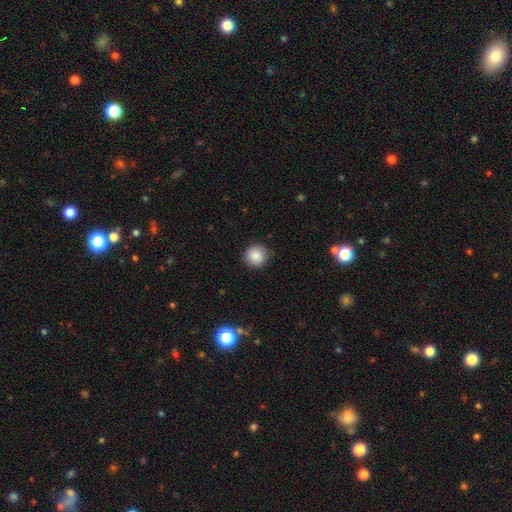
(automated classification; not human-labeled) Smooth or featured: smooth — 87% (star or artifact — 9%)
How rounded: round — 94% (in between — 6%)
Merging: none — 90% (minor disturbance — 7%)